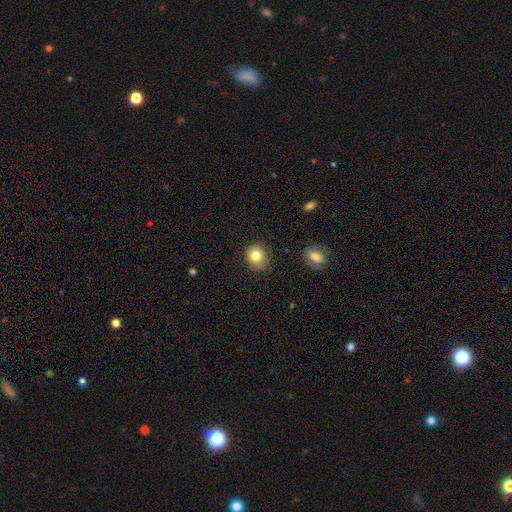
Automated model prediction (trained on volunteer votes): This appears to be a smooth galaxy with no disk features (82%) that is round (75%). Merging: none (85%).